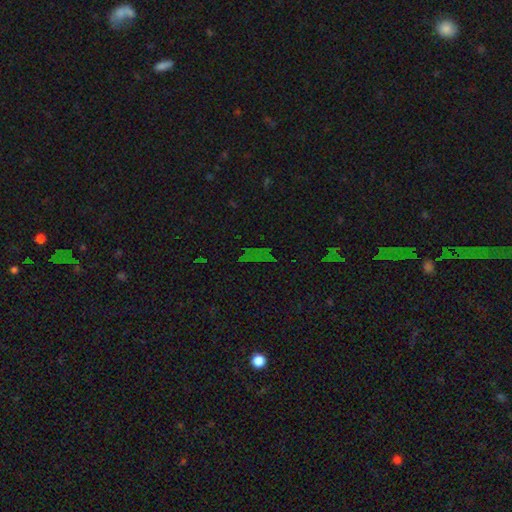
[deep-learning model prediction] Overall: star or artifact (65%).